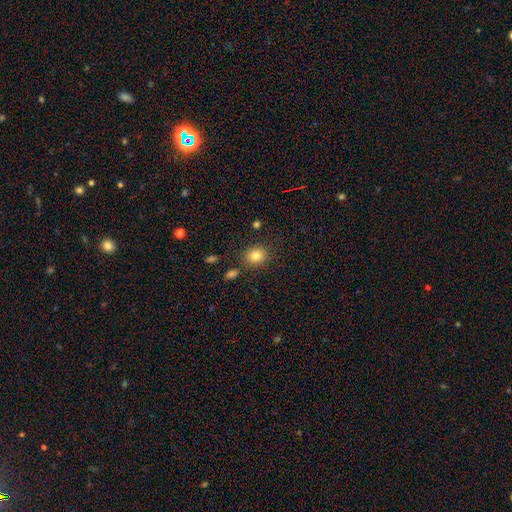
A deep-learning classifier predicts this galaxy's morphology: A smooth galaxy with no disk features (83%) that is round (74%). Merging: none (82%).